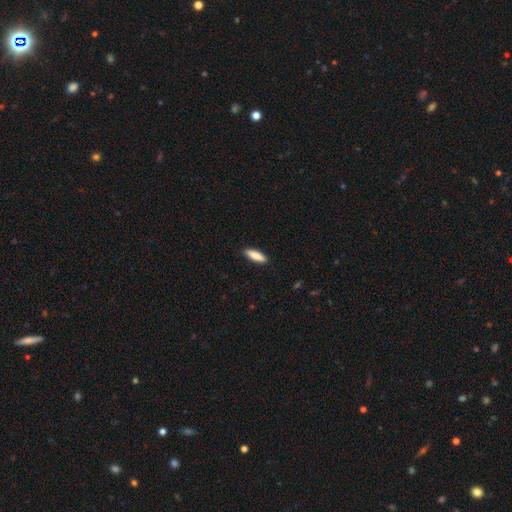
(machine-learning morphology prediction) smooth_or_featured: smooth (p=0.81) [alt: featured or disk p=0.13]
how_rounded: cigar-shaped (p=0.56) [alt: in between p=0.42]
merging: none (p=0.90) [alt: minor disturbance p=0.07]